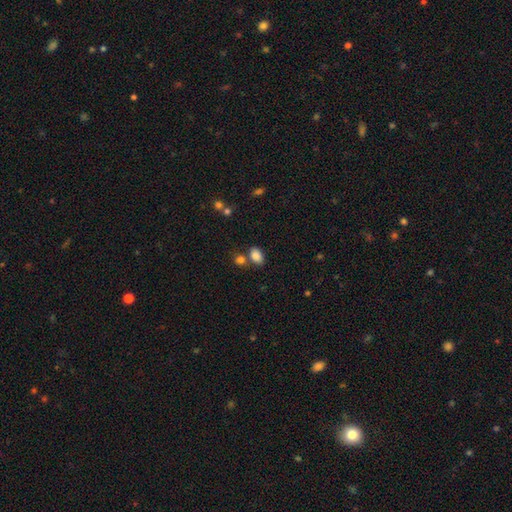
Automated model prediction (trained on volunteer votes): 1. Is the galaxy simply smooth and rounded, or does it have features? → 85% smooth, 9% star or artifact, 5% featured or disk.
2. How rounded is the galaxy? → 87% in between, 12% round, 1% cigar-shaped.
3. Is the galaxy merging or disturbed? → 63% none, 20% merger, 13% minor disturbance, 4% major disturbance.